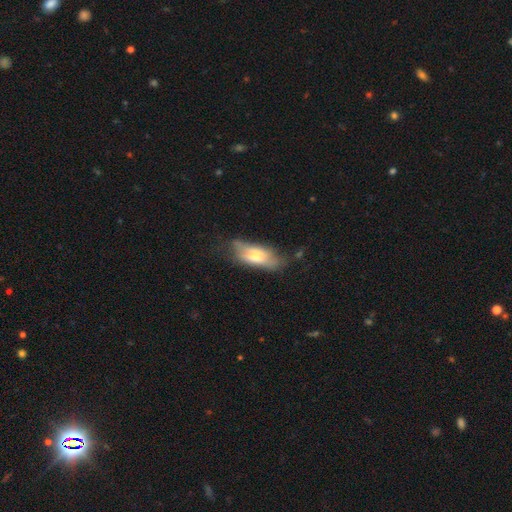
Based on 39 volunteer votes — Q: Smooth or featured?
A: smooth (56%); runner-up: featured or disk (33%)
Q: How rounded?
A: in between (73%); runner-up: cigar-shaped (27%)
Q: Merging?
A: none (54%); runner-up: minor disturbance (34%)